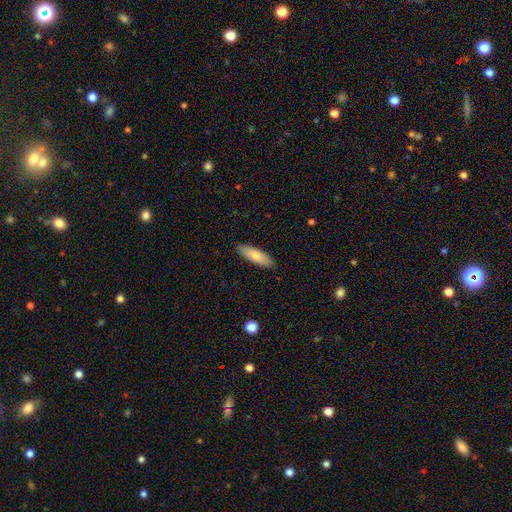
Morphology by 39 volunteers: This is likely a smooth galaxy (67%). How rounded: possibly in between (58%). Merging: clearly none (97%).